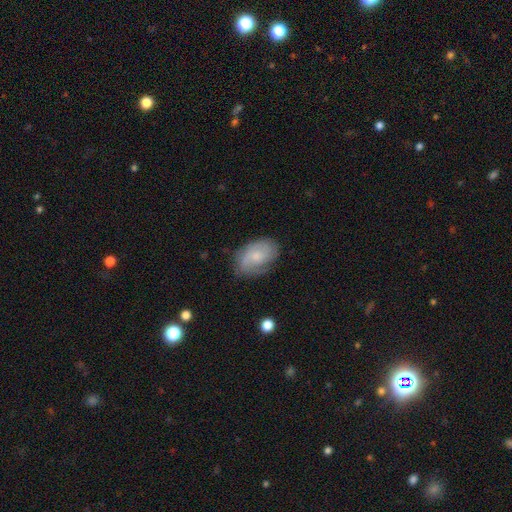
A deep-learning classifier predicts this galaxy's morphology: Smooth or featured: featured or disk — 56% (smooth — 37%)
Edge-on disk: no — 96% (yes — 4%)
Bar: no — 70% (weak — 27%)
Spiral arms: yes — 88% (no — 12%)
Bulge size: small — 55% (moderate — 33%)
Merging: none — 73% (minor disturbance — 20%)